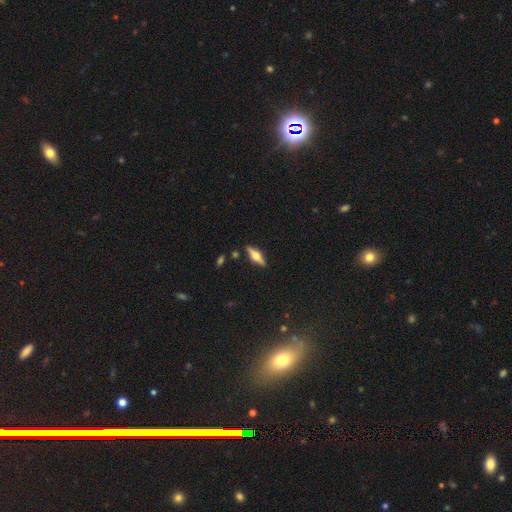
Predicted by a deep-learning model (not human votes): featured or disk 65%, smooth 28%, star or artifact 7%. Down the decision tree: edge-on disk — yes (95%); edge-on bulge — rounded (92%); merging — none (87%).